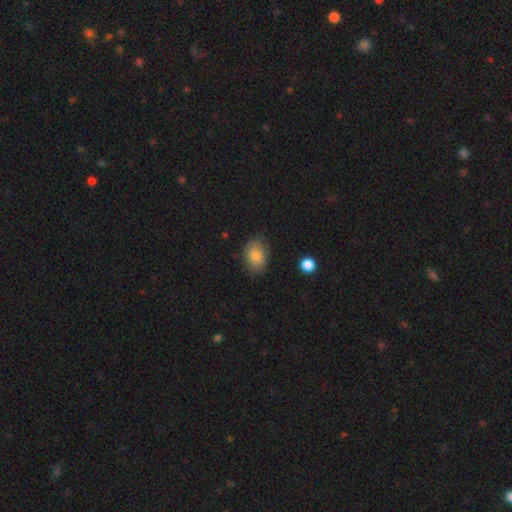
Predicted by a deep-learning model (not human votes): This appears to be a smooth galaxy with no disk features (82%) that is in between round and cigar-shaped (77%). Merging: none (80%).